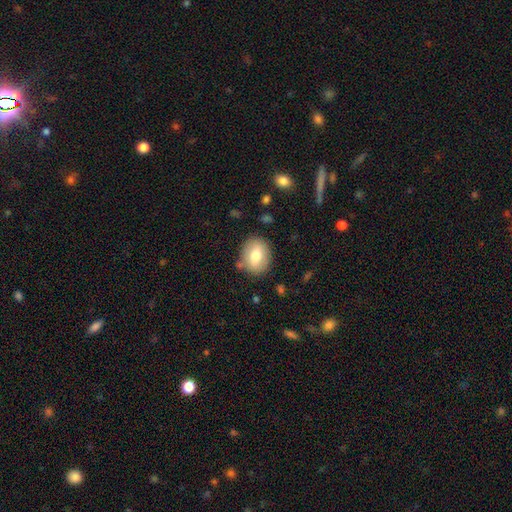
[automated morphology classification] A smooth galaxy with no disk features (70%) that is round (49%, tied with in between).

Vote fractions:
- Smooth or featured? smooth: 70% / featured or disk: 22% / star or artifact: 8%
- How rounded? round: 49% (tied) / in between: 49% (tied) / cigar-shaped: 1%
- Merging? none: 80% / minor disturbance: 13% / major disturbance: 4% / merger: 3%